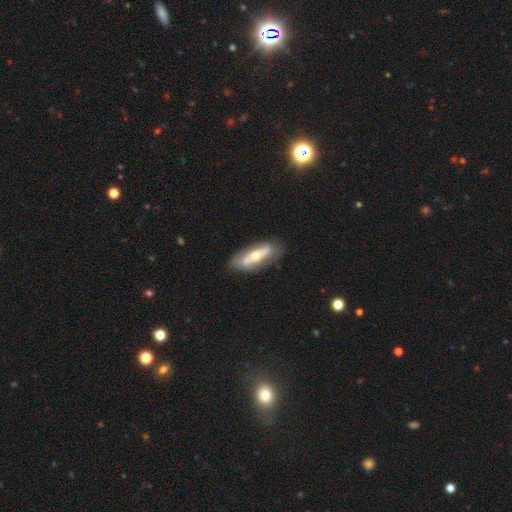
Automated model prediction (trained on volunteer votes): A featured or disk galaxy (63%). Merging: none (76%).